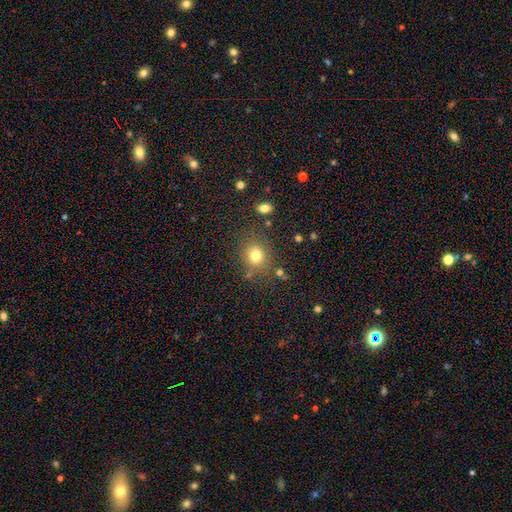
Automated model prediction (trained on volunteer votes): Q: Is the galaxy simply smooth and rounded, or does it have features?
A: smooth — 77%.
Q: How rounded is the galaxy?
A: round — 74%.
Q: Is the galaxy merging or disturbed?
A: none — 79%.